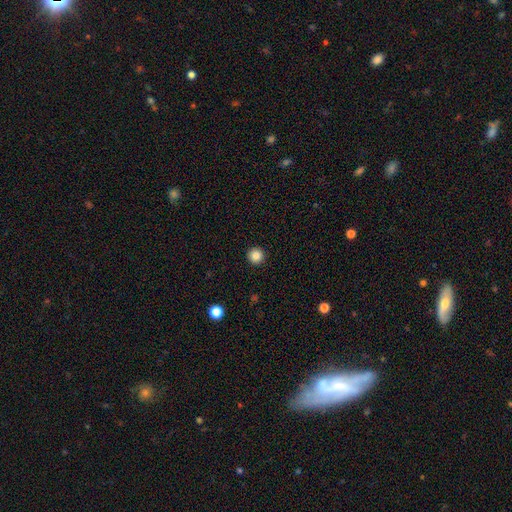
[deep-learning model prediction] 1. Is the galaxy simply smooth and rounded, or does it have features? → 85% smooth, 11% star or artifact, 4% featured or disk.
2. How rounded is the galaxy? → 96% round, 3% in between, 1% cigar-shaped.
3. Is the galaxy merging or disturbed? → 94% none, 4% minor disturbance, 1% major disturbance, 1% merger.